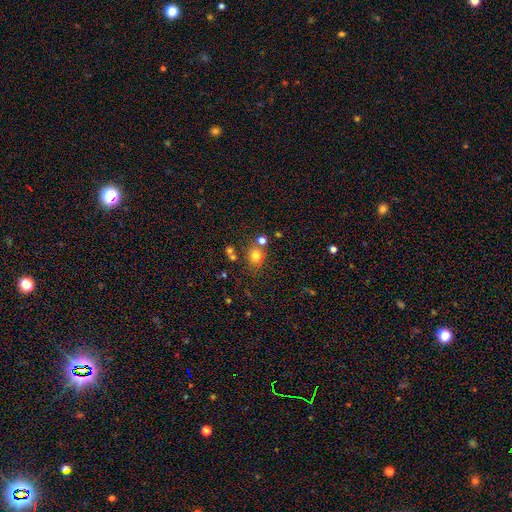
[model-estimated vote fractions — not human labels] Q: Smooth or featured?
A: smooth (69%); runner-up: star or artifact (19%)
Q: How rounded?
A: round (71%); runner-up: in between (28%)
Q: Merging?
A: none (64%); runner-up: merger (17%)